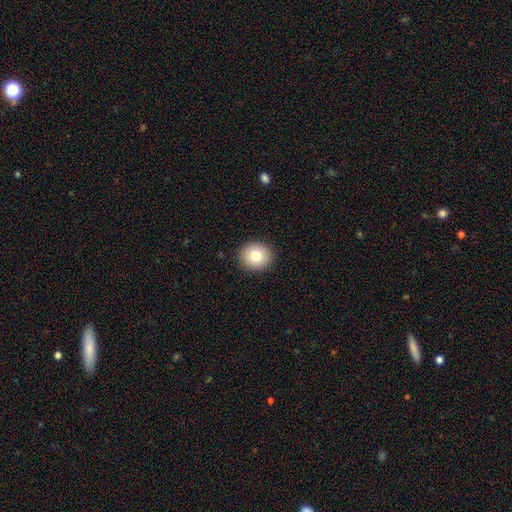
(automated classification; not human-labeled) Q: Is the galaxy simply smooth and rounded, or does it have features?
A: smooth — 78%.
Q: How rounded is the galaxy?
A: round — 79%.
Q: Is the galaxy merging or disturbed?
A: none — 91%.